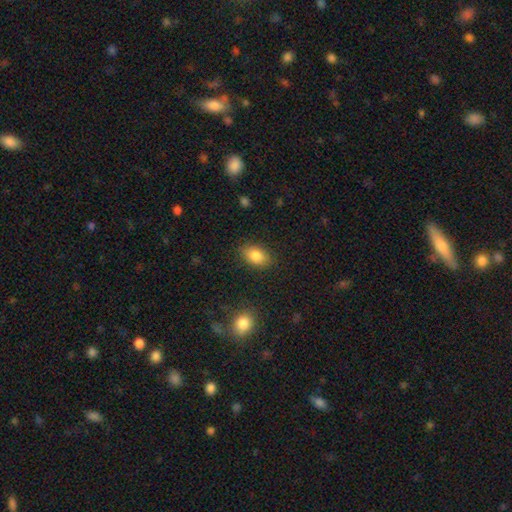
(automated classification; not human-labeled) smooth 85%, star or artifact 8%, featured or disk 7%. Down the decision tree: how rounded — in between (87%); merging — none (85%).